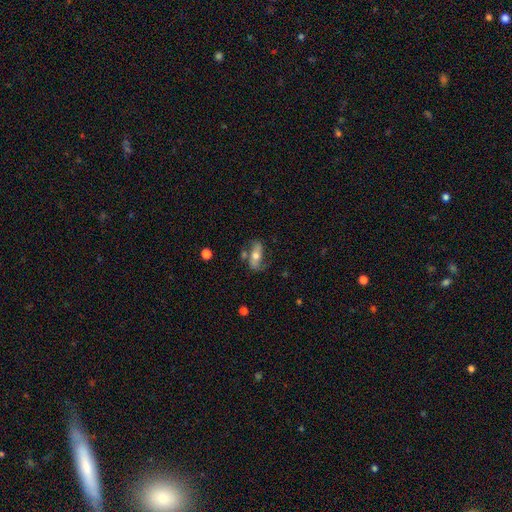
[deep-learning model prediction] featured or disk 47%, smooth 45%, star or artifact 7%. Down the decision tree: merging — none (53%).